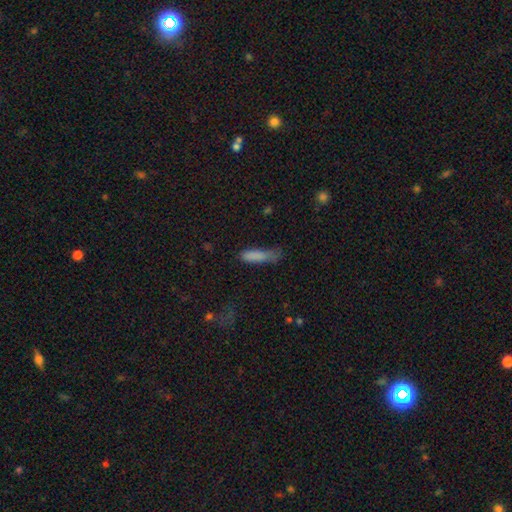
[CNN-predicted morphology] Overall: smooth (81%). How rounded: cigar-shaped (64%; in between 34%). Merging: none (38%; minor disturbance 35%).